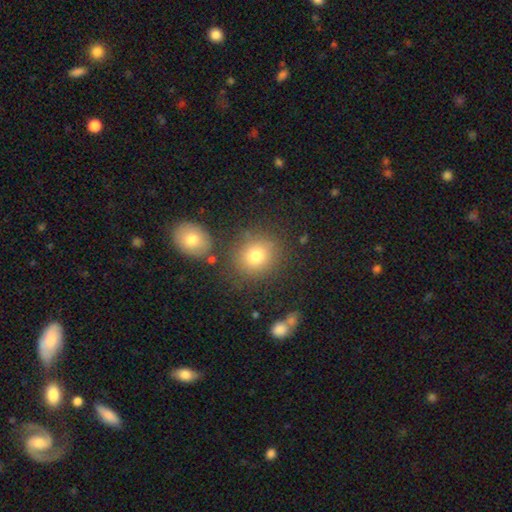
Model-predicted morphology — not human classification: Smooth or featured?
  - smooth: 79% *
  - star or artifact: 12%
  - featured or disk: 9%
How rounded?
  - round: 78% *
  - in between: 21%
  - cigar-shaped: 1%
Merging?
  - none: 78% *
  - minor disturbance: 10%
  - merger: 8%
  - major disturbance: 4%